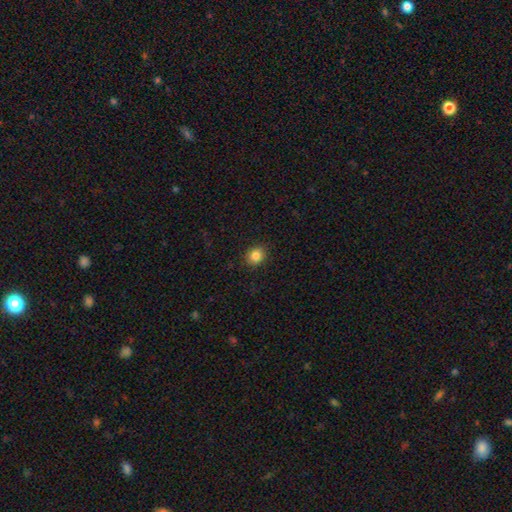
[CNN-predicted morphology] Q: Smooth or featured?
A: smooth (85%); runner-up: star or artifact (10%)
Q: How rounded?
A: round (73%); runner-up: in between (26%)
Q: Merging?
A: none (90%); runner-up: minor disturbance (7%)